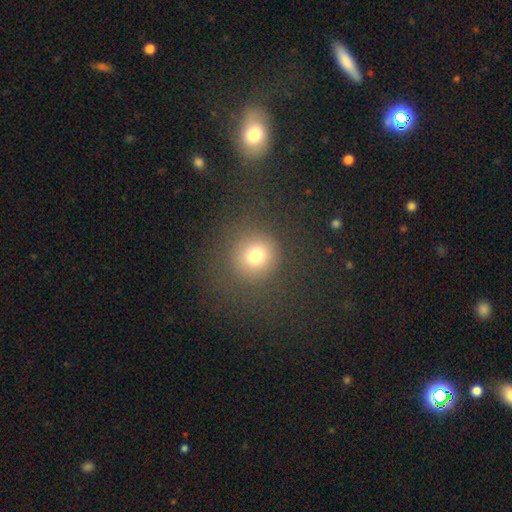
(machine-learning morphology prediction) This appears to be a smooth galaxy with no disk features (74%) that is round (90%). Merging: none (84%).